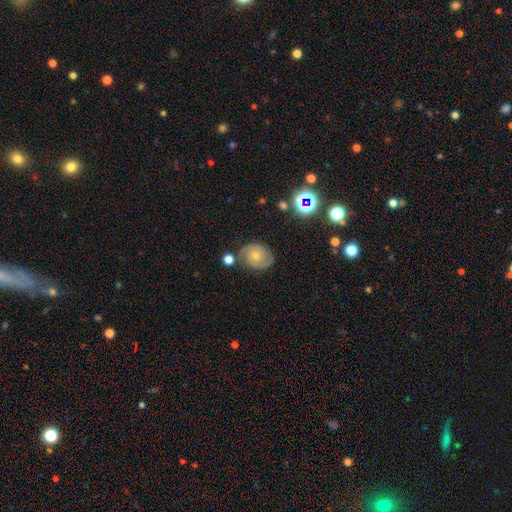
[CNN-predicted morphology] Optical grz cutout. It shows a featured or disk galaxy (74%) with no bar (77%), 2 (83%) tight (58%) spiral arms (93%) and a moderate central bulge (53%). Merging: none (75%).